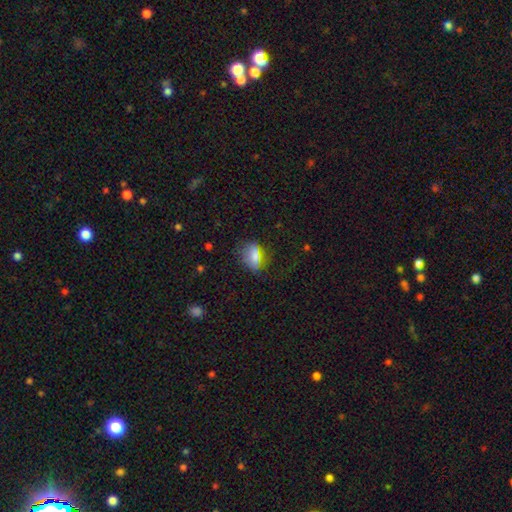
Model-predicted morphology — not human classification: A smooth galaxy with no disk features (69%) that is in between round and cigar-shaped (63%).

Vote fractions:
- Smooth or featured? smooth: 69% / star or artifact: 17% / featured or disk: 14%
- How rounded? in between: 63% / round: 29% / cigar-shaped: 8%
- Merging? none: 72% / minor disturbance: 18% / major disturbance: 8% / merger: 2%